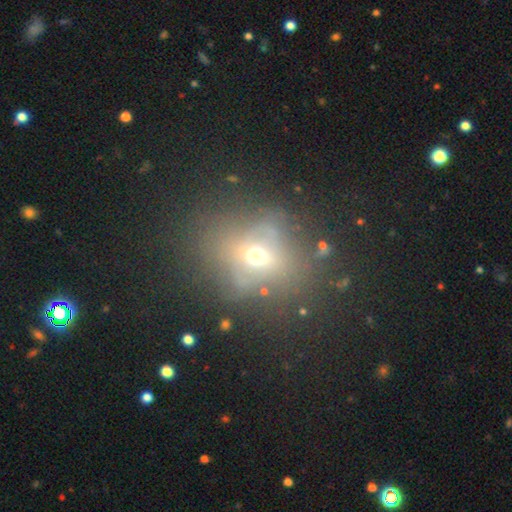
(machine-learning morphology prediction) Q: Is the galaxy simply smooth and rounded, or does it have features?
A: smooth — 45%.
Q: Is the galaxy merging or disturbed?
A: none — 60%.